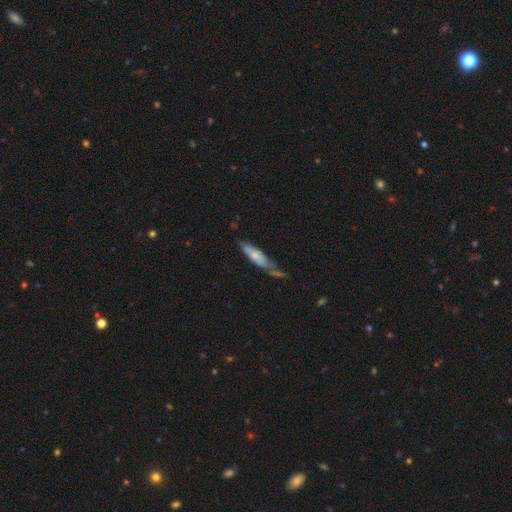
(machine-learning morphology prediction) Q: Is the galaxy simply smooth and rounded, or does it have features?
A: smooth — 59%.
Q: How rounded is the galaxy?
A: cigar-shaped — 70%.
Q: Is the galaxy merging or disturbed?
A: none — 45%.